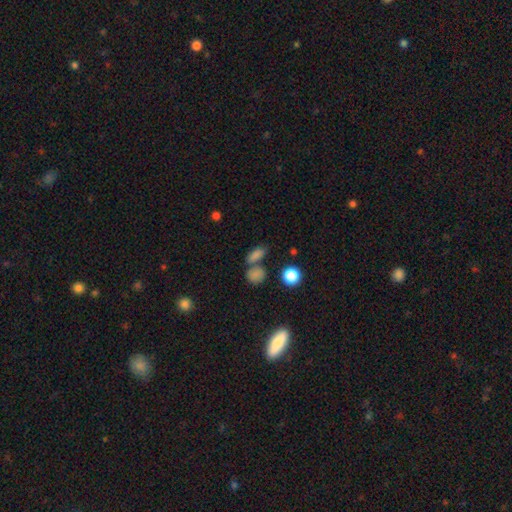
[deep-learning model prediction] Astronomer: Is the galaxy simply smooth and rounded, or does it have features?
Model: smooth — 76%.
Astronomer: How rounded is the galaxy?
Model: in between — 72%.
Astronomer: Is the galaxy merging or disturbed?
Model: none — 53% (runner-up: merger, 30%).